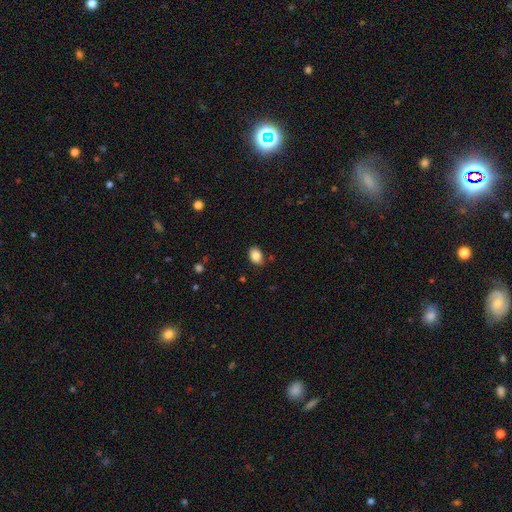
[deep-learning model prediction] Smooth or featured? Predicted: smooth (p=0.86). How rounded? Predicted: in between (p=0.82). Merging? Predicted: none (p=0.85).